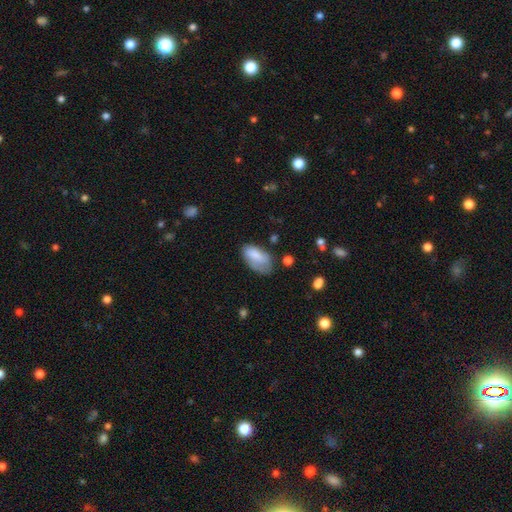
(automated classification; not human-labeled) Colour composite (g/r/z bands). It shows a smooth galaxy with no disk features (78%) that is in between round and cigar-shaped (93%). Merging: none (48%).